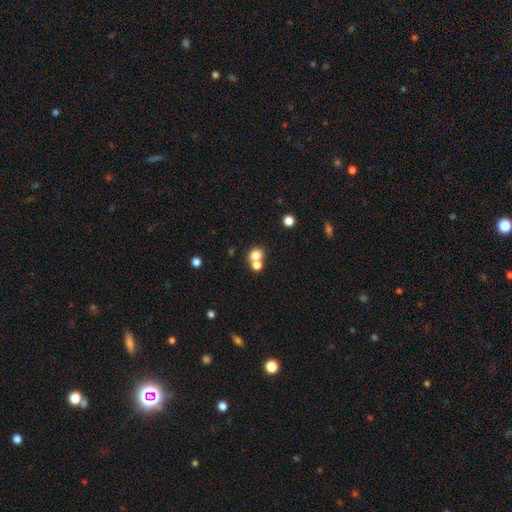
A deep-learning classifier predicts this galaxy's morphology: Q: Smooth or featured?
A: smooth (76%); runner-up: star or artifact (13%)
Q: How rounded?
A: round (69%); runner-up: in between (30%)
Q: Merging?
A: merger (45%); tied with: none (45%)